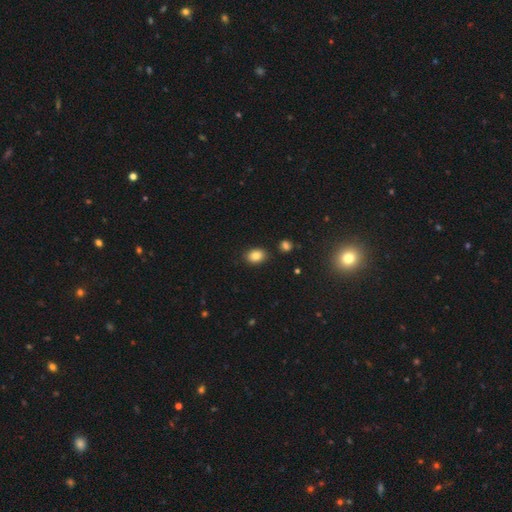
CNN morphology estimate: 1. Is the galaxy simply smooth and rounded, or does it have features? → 85% smooth, 10% star or artifact, 5% featured or disk.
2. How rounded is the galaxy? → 71% in between, 28% round, 1% cigar-shaped.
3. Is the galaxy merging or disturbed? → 85% none, 9% minor disturbance, 3% merger, 2% major disturbance.